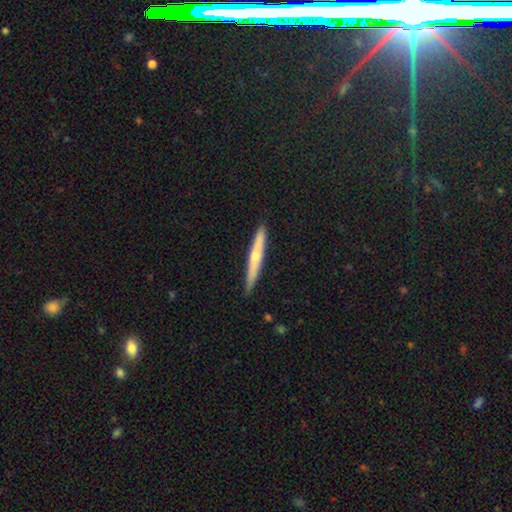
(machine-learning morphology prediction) Q: Smooth or featured?
A: featured or disk (52%); runner-up: smooth (42%)
Q: Edge-on disk?
A: yes (95%); runner-up: no (5%)
Q: Merging?
A: none (88%); runner-up: minor disturbance (9%)